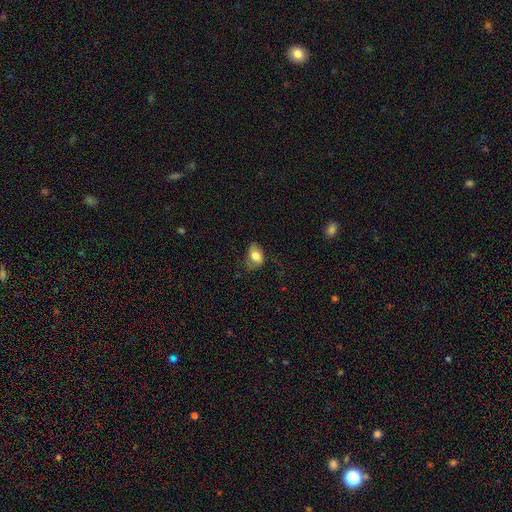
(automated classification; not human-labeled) Q: Smooth or featured?
A: smooth (73%); runner-up: featured or disk (19%)
Q: How rounded?
A: in between (78%); runner-up: round (20%)
Q: Merging?
A: none (52%); runner-up: minor disturbance (30%)